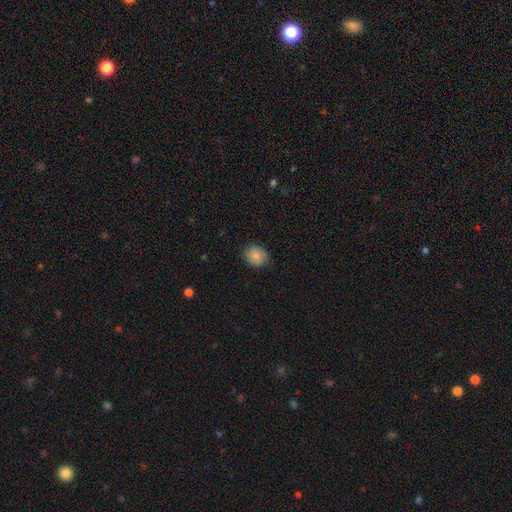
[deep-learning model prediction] smooth_or_featured: smooth (p=0.84) [alt: featured or disk p=0.09]
how_rounded: round (p=0.60) [alt: in between p=0.39]
merging: none (p=0.81) [alt: minor disturbance p=0.15]